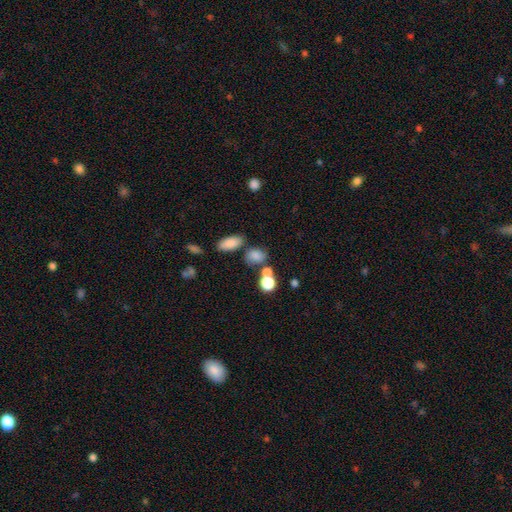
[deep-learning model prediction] This is likely a smooth galaxy (77%). How rounded: possibly in between (56%). Merging: possibly none (51%).